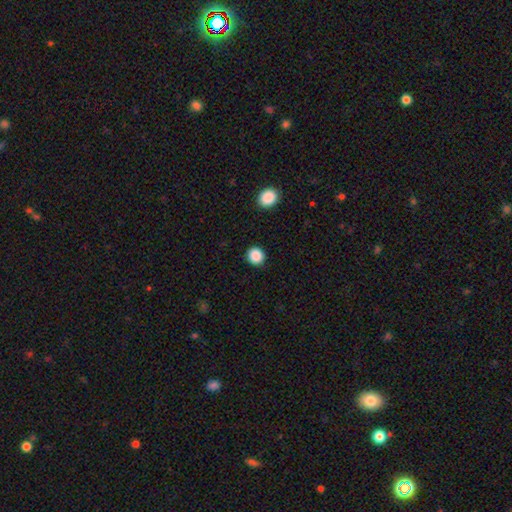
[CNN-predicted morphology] This appears to be a smooth galaxy with no disk features (88%) that is round (89%). Merging: none (91%).